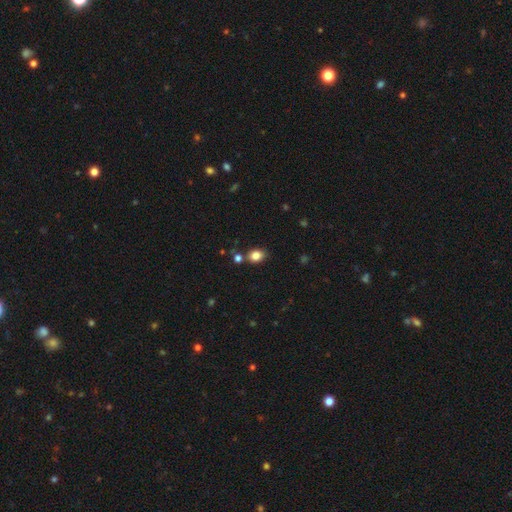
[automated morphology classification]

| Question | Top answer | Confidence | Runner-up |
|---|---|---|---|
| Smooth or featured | smooth | 83% | star or artifact (11%) |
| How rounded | in between | 58% | round (41%) |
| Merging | none | 75% | minor disturbance (12%) |